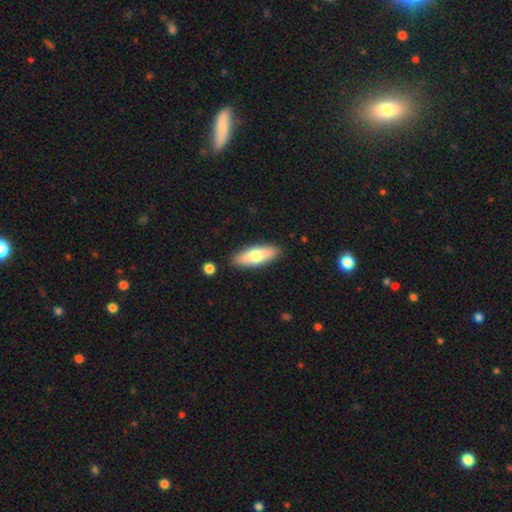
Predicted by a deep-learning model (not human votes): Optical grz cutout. It shows a smooth galaxy with no disk features (70%) that is in between round and cigar-shaped (63%). Merging: none (87%).